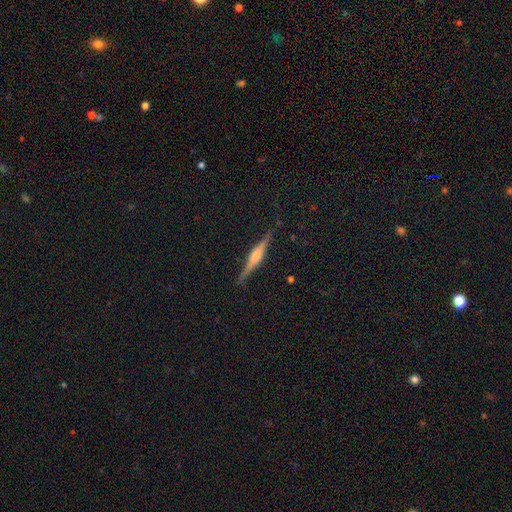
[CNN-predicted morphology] A featured or disk galaxy (71%) viewed edge-on (98%) with a rounded central bulge (53%). Merging: none (88%).